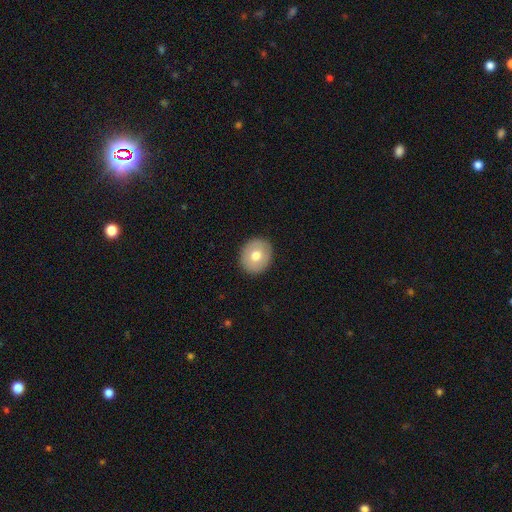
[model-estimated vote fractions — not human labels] smooth 70%, featured or disk 23%, star or artifact 7%. Down the decision tree: how rounded — round (72%); merging — none (90%).